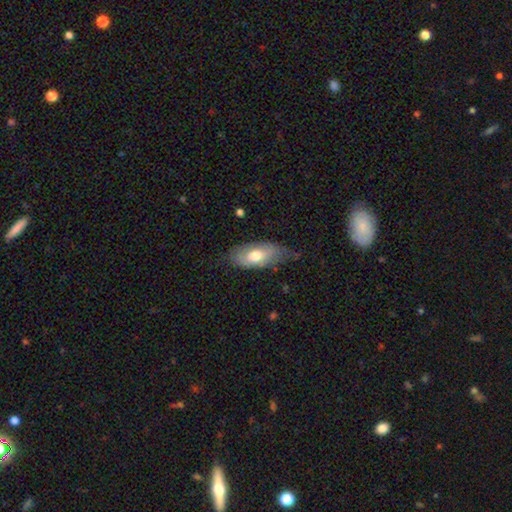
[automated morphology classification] smooth-or-featured: smooth: 67% | featured or disk: 27% | star or artifact: 6%
  how-rounded: in between: 89% | cigar-shaped: 8% | round: 3%
  merging: none: 57% | minor disturbance: 32% | major disturbance: 10% | merger: 2%